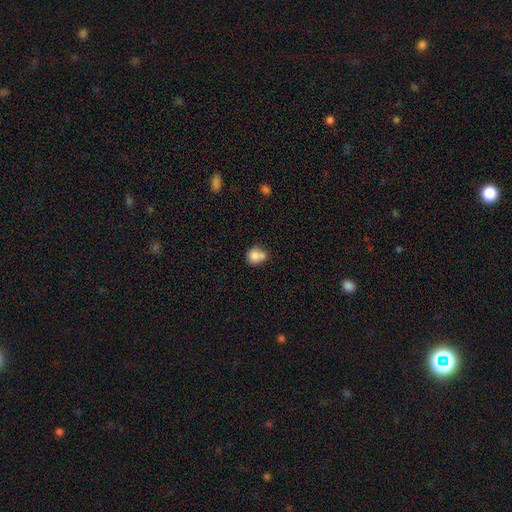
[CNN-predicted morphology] This is clearly a smooth galaxy (83%). How rounded: likely round (75%). Merging: possibly none (50%).